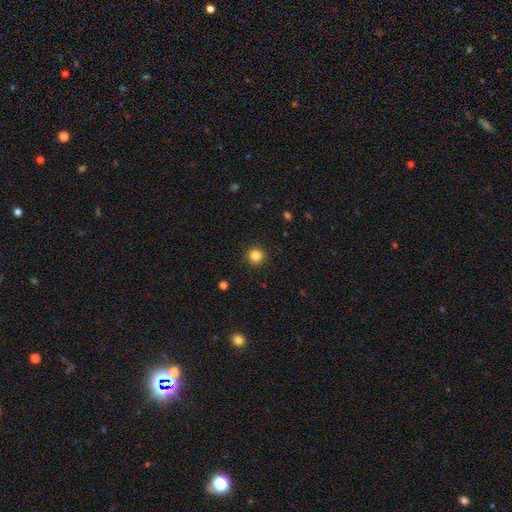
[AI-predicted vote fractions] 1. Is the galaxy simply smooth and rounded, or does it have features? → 83% smooth, 12% star or artifact, 5% featured or disk.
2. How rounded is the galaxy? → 95% round, 4% in between, 1% cigar-shaped.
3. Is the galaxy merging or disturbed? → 93% none, 5% minor disturbance, 2% major disturbance, 1% merger.